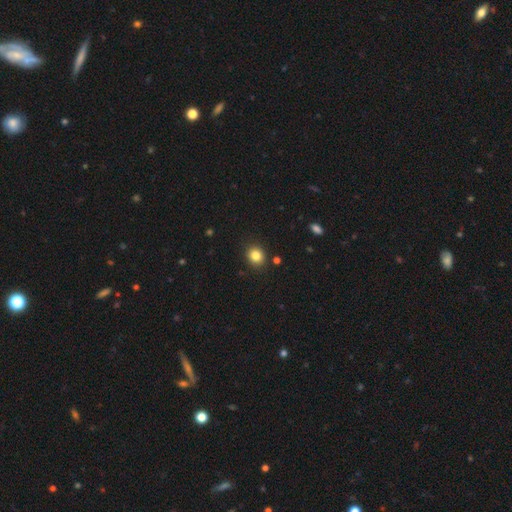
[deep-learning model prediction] A smooth galaxy with no disk features (83%) that is round (75%).

Vote fractions:
- Smooth or featured? smooth: 83% / star or artifact: 11% / featured or disk: 6%
- How rounded? round: 75% / in between: 25% / cigar-shaped: 1%
- Merging? none: 89% / minor disturbance: 7% / major disturbance: 2% / merger: 2%